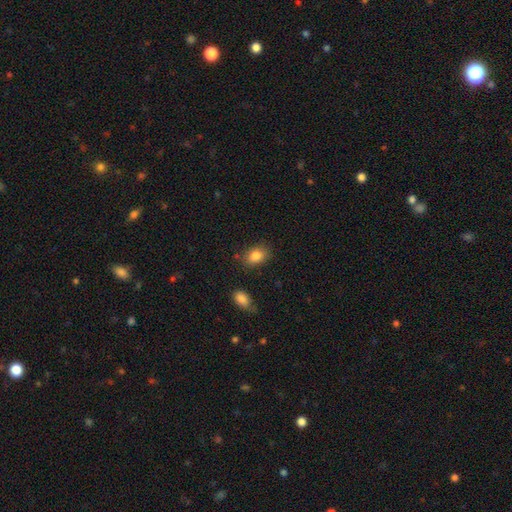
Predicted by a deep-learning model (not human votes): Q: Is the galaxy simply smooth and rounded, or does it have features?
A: smooth — 84%.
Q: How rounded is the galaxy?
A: in between — 79%.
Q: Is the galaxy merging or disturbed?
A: none — 80%.